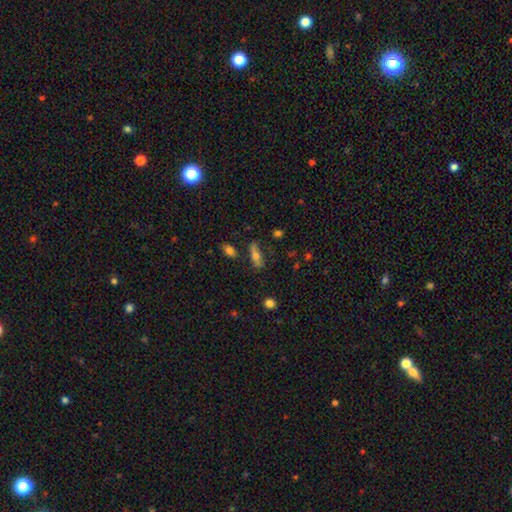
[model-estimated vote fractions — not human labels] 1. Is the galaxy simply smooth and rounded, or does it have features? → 61% smooth, 28% featured or disk, 11% star or artifact.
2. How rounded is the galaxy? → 60% in between, 34% cigar-shaped, 5% round.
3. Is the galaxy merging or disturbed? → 61% none, 21% minor disturbance, 9% major disturbance, 9% merger.